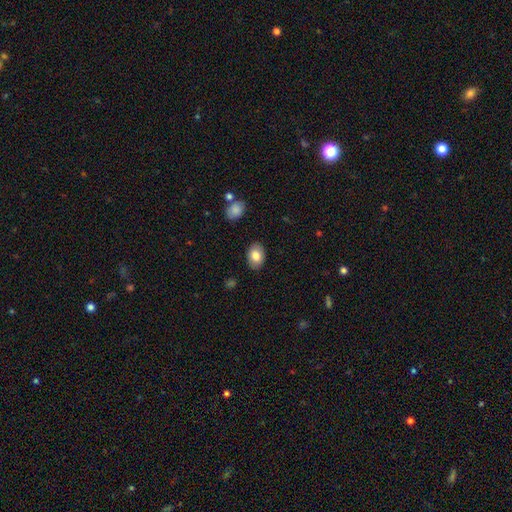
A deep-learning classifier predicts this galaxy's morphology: Smooth or featured?
  - smooth: 81% *
  - featured or disk: 11%
  - star or artifact: 7%
How rounded?
  - in between: 84% *
  - round: 15%
  - cigar-shaped: 1%
Merging?
  - none: 87% *
  - minor disturbance: 9%
  - major disturbance: 2%
  - merger: 1%